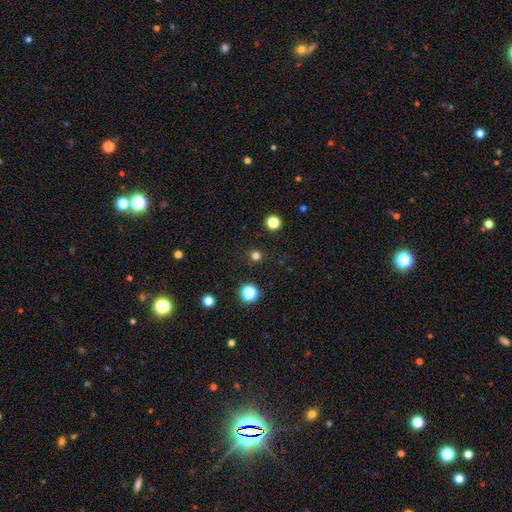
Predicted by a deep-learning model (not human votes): smooth_or_featured: smooth (p=0.74) [alt: star or artifact p=0.22]
how_rounded: round (p=0.94) [alt: in between p=0.05]
merging: none (p=0.90) [alt: minor disturbance p=0.06]